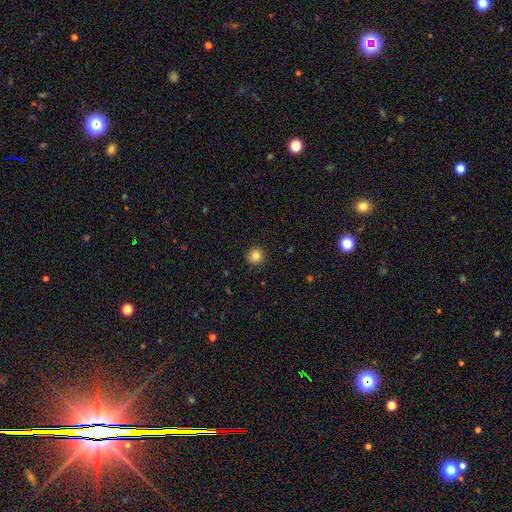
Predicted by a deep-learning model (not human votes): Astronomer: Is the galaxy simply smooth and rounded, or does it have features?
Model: smooth — 84%.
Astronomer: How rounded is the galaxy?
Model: round — 93%.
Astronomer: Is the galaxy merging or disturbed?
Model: none — 91%.